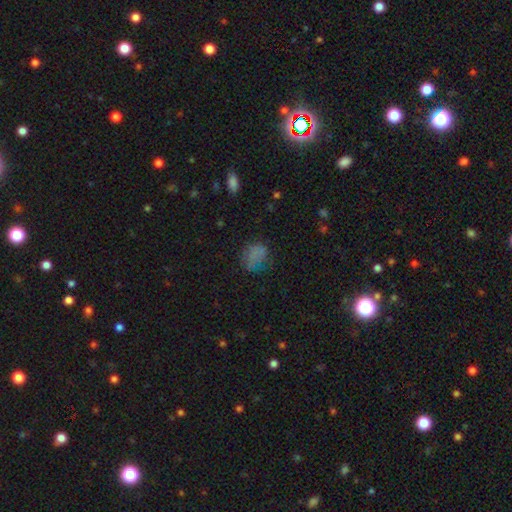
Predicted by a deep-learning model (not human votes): The model was most divided on "how rounded": round: 50%, in between: 49%, cigar-shaped: 1%. More confident: smooth or featured — smooth (68%); merging — none (56%).